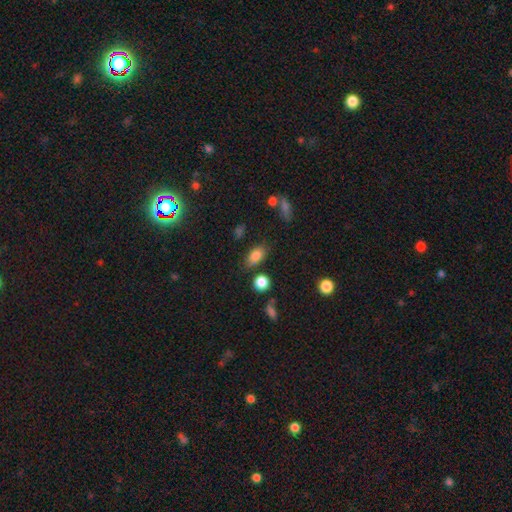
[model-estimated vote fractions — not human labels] Q: Smooth or featured?
A: smooth (83%); runner-up: star or artifact (10%)
Q: How rounded?
A: in between (84%); runner-up: round (12%)
Q: Merging?
A: none (75%); runner-up: minor disturbance (14%)